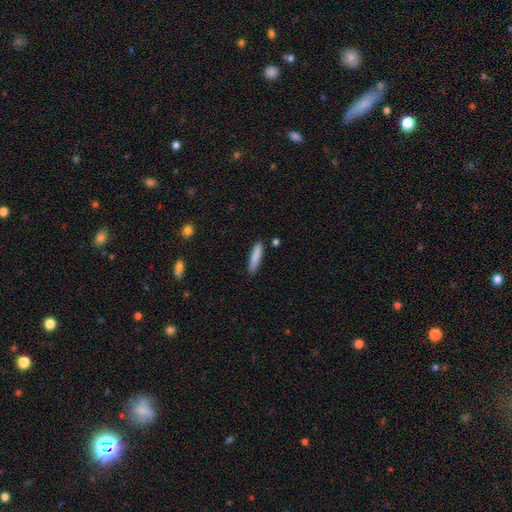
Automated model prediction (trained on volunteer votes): A smooth galaxy with no disk features (86%) that is cigar-shaped (82%). Merging: none (84%).